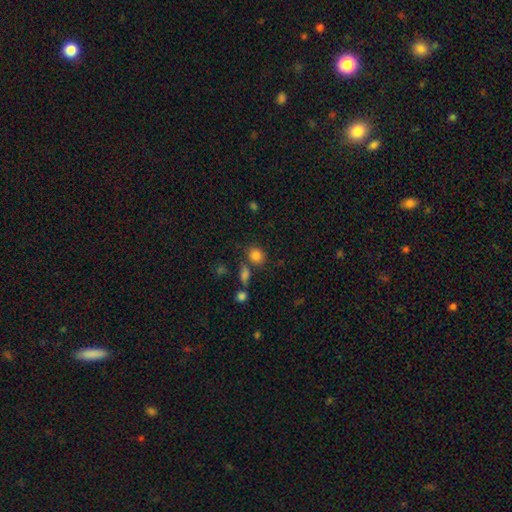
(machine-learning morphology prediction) A smooth galaxy with no disk features (83%) that is round (69%). Merging: none (72%).